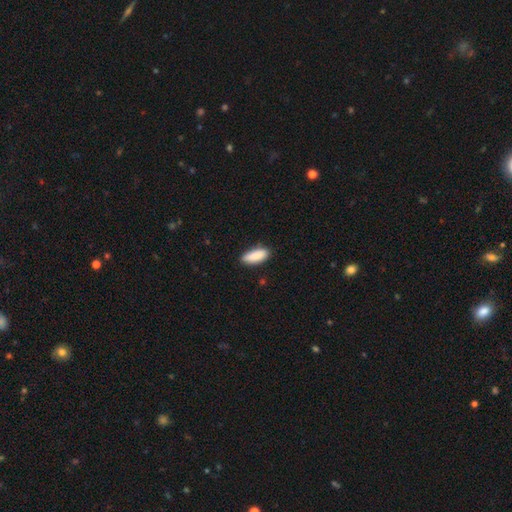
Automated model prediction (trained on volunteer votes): The model was most divided on "how rounded": in between: 78%, cigar-shaped: 20%, round: 2%. More confident: smooth or featured — smooth (90%); merging — none (83%).